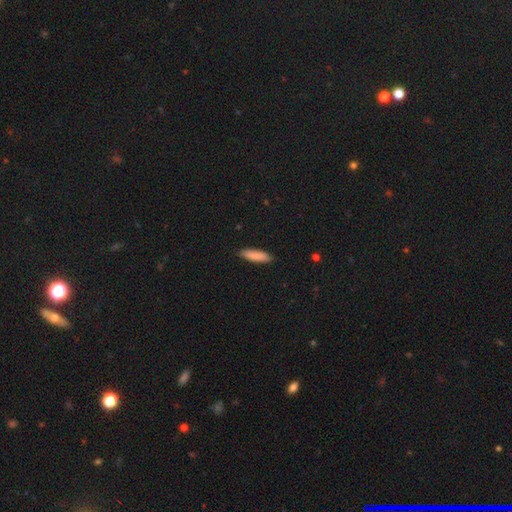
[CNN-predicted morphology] smooth 88%, featured or disk 7%, star or artifact 5%. Down the decision tree: how rounded — cigar-shaped (69%); merging — none (89%).